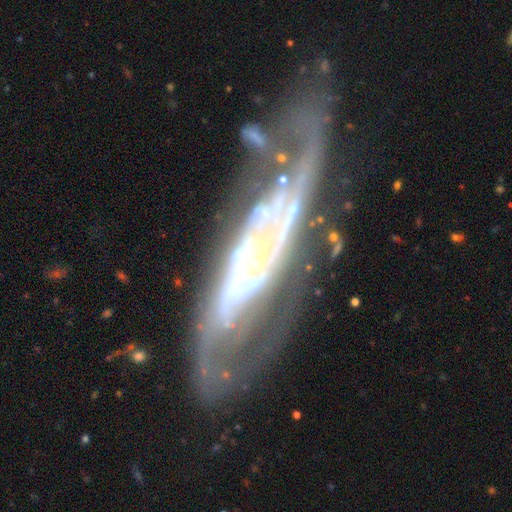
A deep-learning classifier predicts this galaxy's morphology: This appears to be a featured or disk galaxy (86%) with no bar (59%), 2 (49%) tight (47%) spiral arms (92%) and a small central bulge (72%). Merging: none (65%).